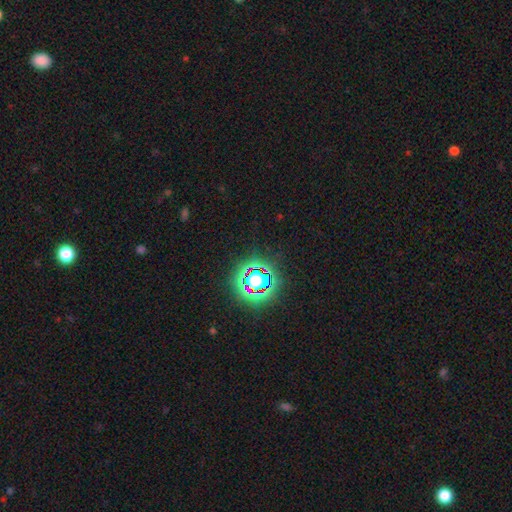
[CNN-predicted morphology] A star or artifact, not a galaxy (82%).

Vote fractions:
- Smooth or featured? star or artifact: 82% / smooth: 12% / featured or disk: 6%